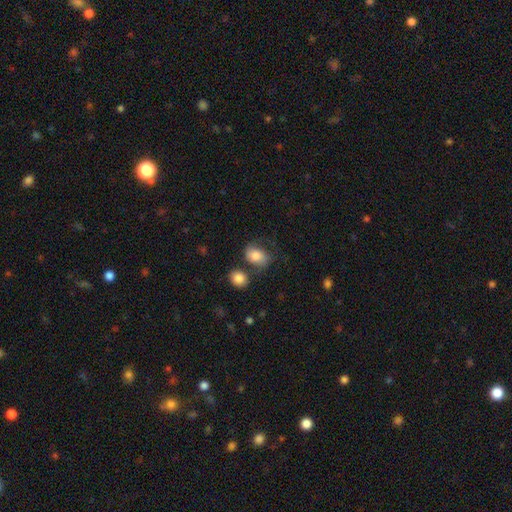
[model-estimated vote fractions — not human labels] Overall: smooth (78%). How rounded: in between (70%). Merging: none (49%; minor disturbance 21%).